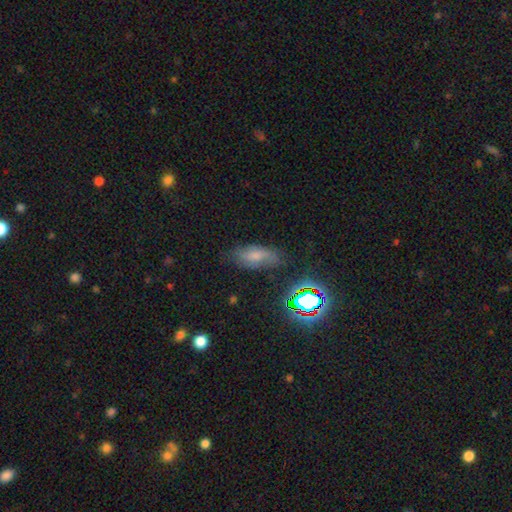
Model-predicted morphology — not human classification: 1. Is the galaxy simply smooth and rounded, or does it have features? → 55% smooth, 27% featured or disk, 18% star or artifact.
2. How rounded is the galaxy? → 82% in between, 13% cigar-shaped, 5% round.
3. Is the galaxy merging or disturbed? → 63% none, 25% minor disturbance, 9% major disturbance, 3% merger.